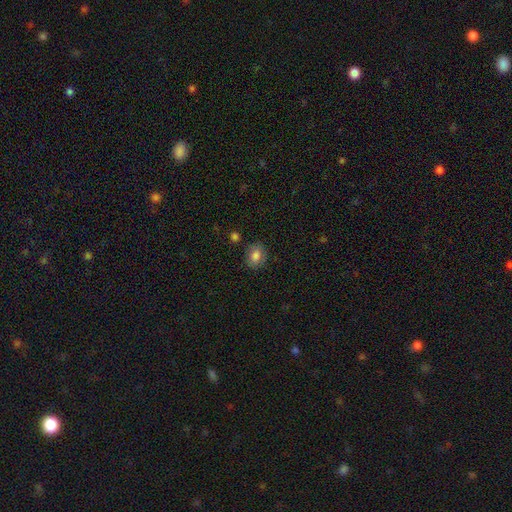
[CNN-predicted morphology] The model was most divided on "how rounded": in between: 55%, round: 44%, cigar-shaped: 1%. More confident: merging — none (81%); smooth or featured — smooth (81%).